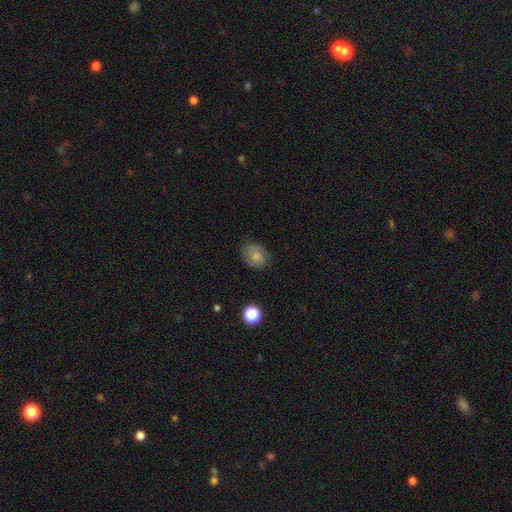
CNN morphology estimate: Overall: smooth (75%). How rounded: in between (64%; round 35%). Merging: none (73%).